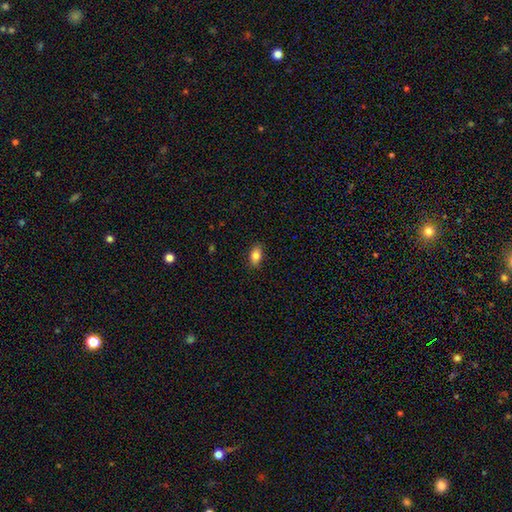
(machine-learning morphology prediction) This appears to be a smooth galaxy with no disk features (84%) that is in between round and cigar-shaped (89%). Merging: none (87%).